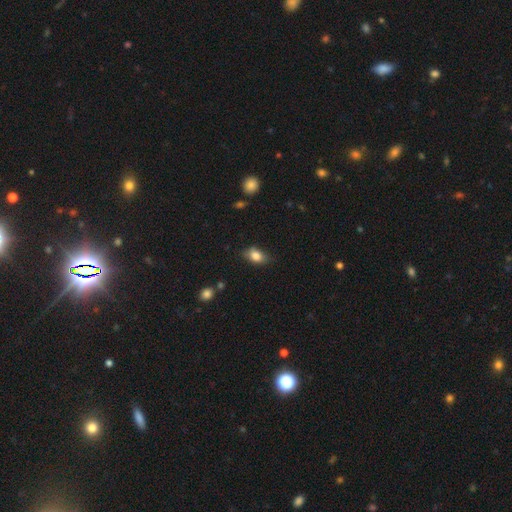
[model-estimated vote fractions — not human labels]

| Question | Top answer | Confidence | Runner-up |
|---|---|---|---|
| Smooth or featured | smooth | 83% | featured or disk (9%) |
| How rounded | in between | 83% | round (14%) |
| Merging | none | 72% | minor disturbance (22%) |